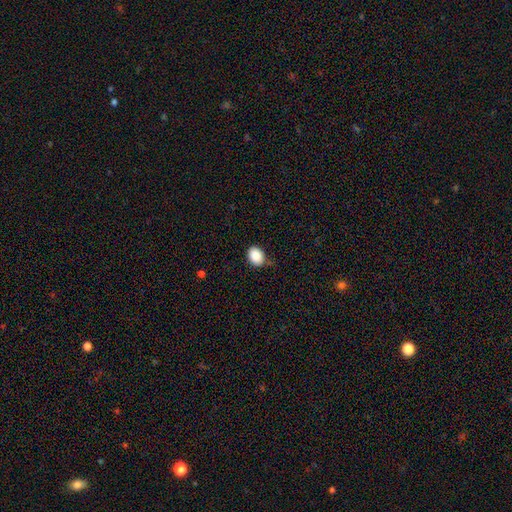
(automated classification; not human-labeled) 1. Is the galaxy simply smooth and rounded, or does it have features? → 89% smooth, 8% star or artifact, 3% featured or disk.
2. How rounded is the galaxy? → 64% in between, 35% round, 1% cigar-shaped.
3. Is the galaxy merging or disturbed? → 75% none, 20% minor disturbance, 4% major disturbance, 2% merger.